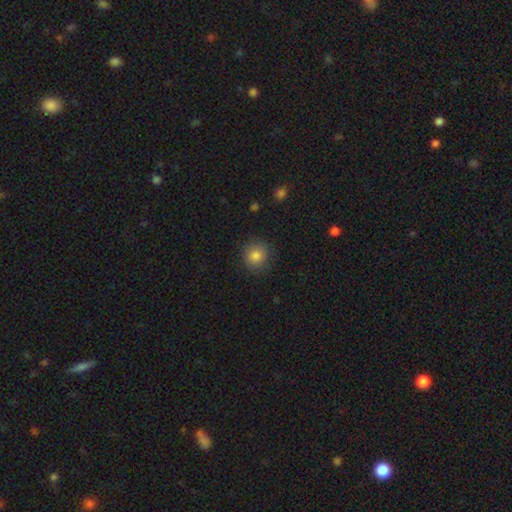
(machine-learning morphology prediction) Smooth or featured: smooth — 83% (star or artifact — 11%)
How rounded: round — 90% (in between — 9%)
Merging: none — 87% (minor disturbance — 9%)